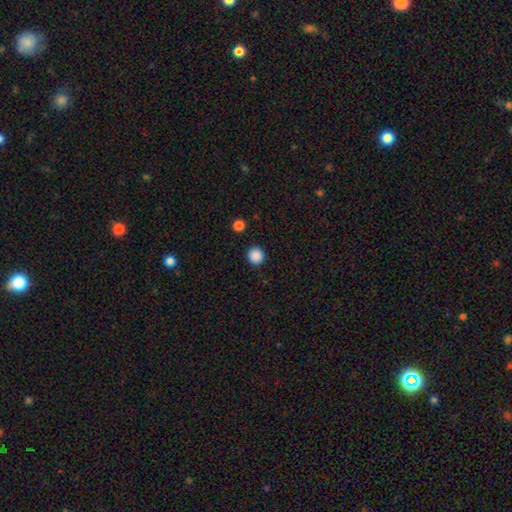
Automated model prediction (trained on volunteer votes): smooth-or-featured: smooth: 88% | star or artifact: 10% | featured or disk: 2%
  how-rounded: round: 93% | in between: 6% | cigar-shaped: 1%
  merging: none: 92% | minor disturbance: 5% | major disturbance: 2% | merger: 1%